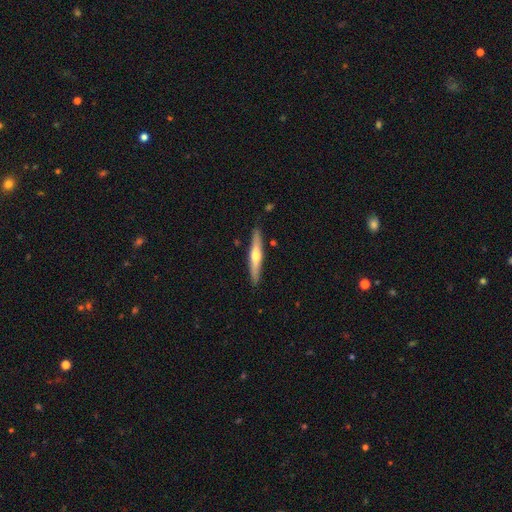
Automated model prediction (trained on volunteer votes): Q: Smooth or featured?
A: featured or disk (56%); runner-up: smooth (39%)
Q: Edge-on disk?
A: yes (95%); runner-up: no (5%)
Q: Edge-on bulge?
A: rounded (88%); runner-up: none (9%)
Q: Merging?
A: none (89%); runner-up: minor disturbance (8%)